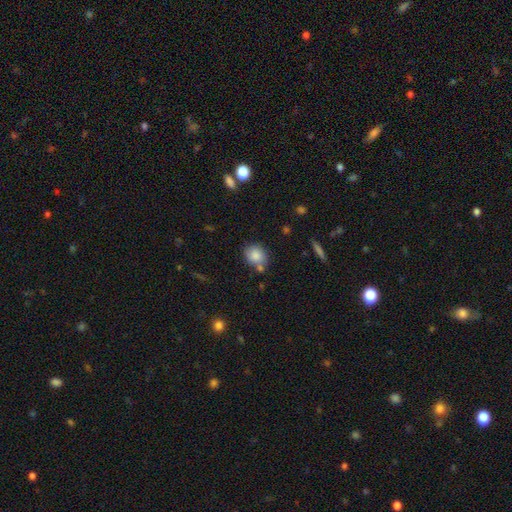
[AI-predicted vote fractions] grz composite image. It shows a smooth galaxy with no disk features (84%) that is round (71%). Merging: none (67%).